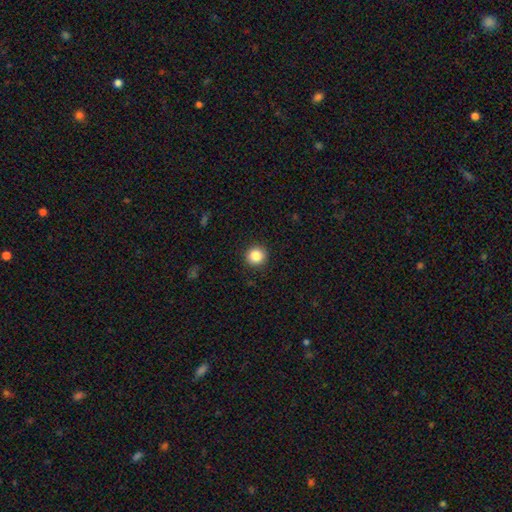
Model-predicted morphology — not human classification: Smooth or featured? smooth (86%)
How rounded? round (93%)
Merging? none (92%)